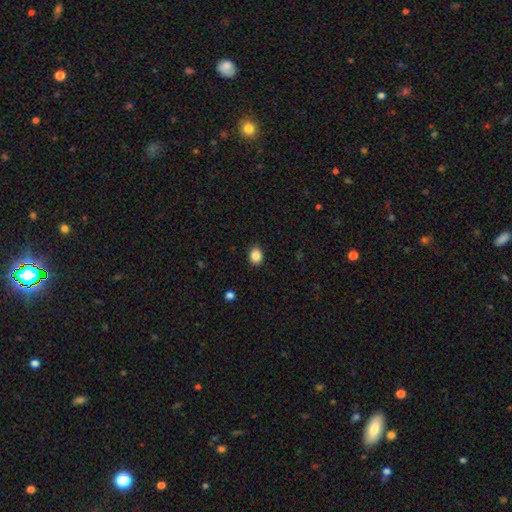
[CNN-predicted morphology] Smooth or featured? Predicted: smooth (p=0.87). How rounded? Predicted: round (p=0.52). Merging? Predicted: none (p=0.89).